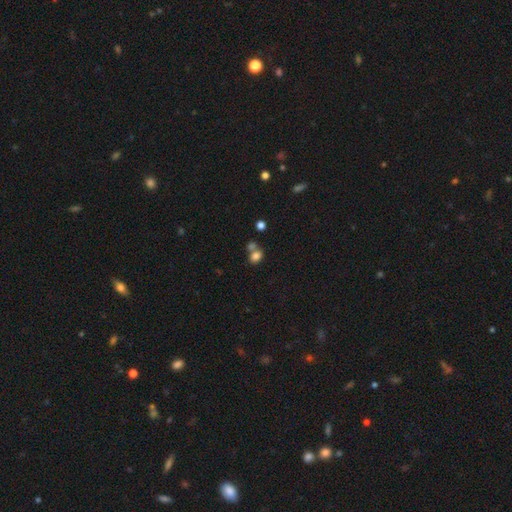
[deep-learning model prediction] This appears to be a smooth galaxy with no disk features (81%) that is in between round and cigar-shaped (57%). Merging: none (43%).